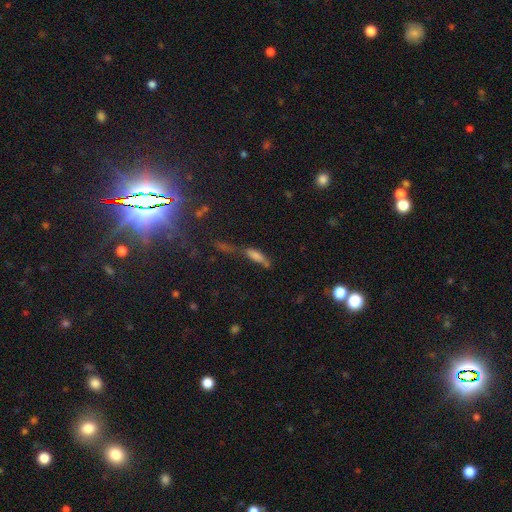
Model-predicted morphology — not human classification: Overall: smooth (43%; star or artifact 31%). Merging: none (46%; minor disturbance 21%).